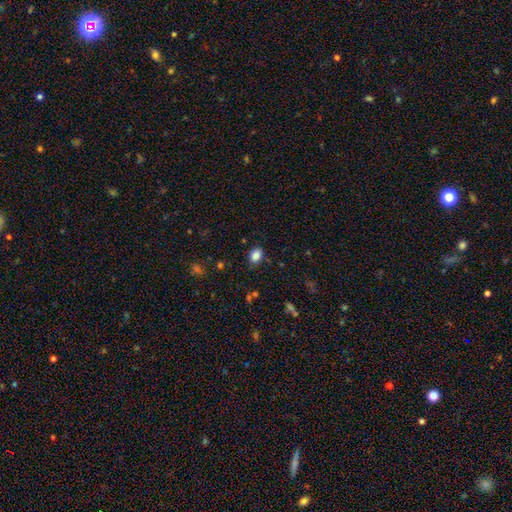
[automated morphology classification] Overall: smooth (85%). How rounded: in between (73%). Merging: none (82%).